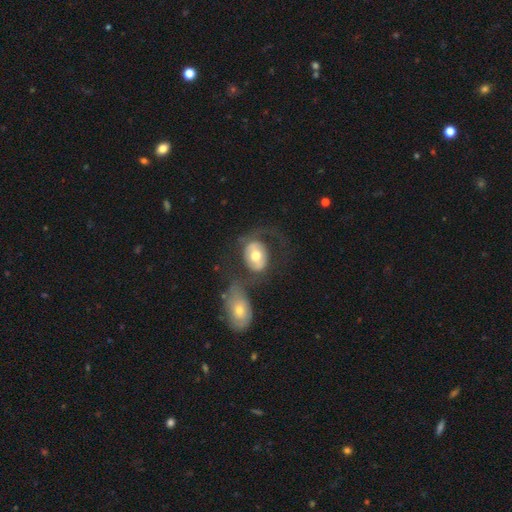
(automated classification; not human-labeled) This is possibly a featured or disk galaxy (49%). Merging: marginally none (39%).